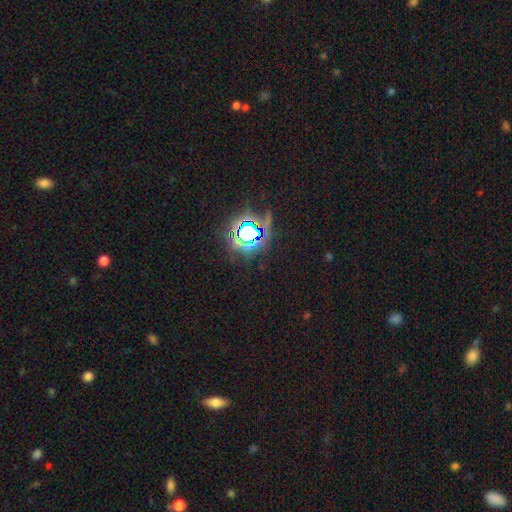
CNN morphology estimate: Q: Smooth or featured?
A: star or artifact (82%); runner-up: smooth (12%)